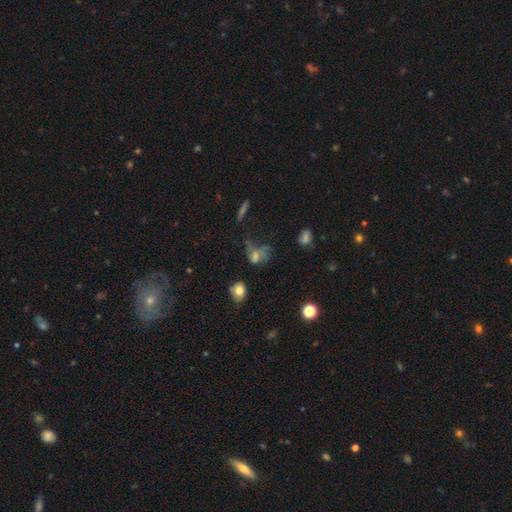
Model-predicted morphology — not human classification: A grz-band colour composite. It shows a smooth galaxy with no disk features (47%). Merging: major disturbance (38%).